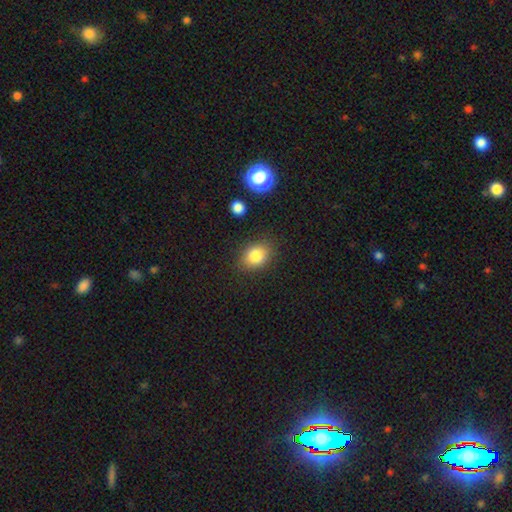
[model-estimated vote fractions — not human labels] Smooth or featured? Predicted: smooth (p=0.82). How rounded? Predicted: in between (p=0.67). Merging? Predicted: none (p=0.83).